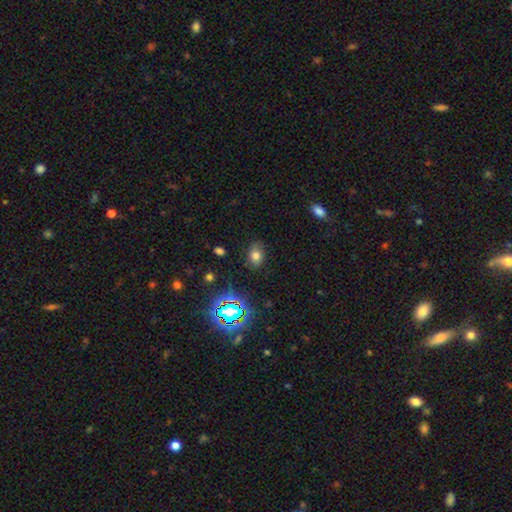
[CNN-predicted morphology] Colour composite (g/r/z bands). It shows a smooth galaxy with no disk features (71%) that is in between round and cigar-shaped (69%). Merging: none (79%).